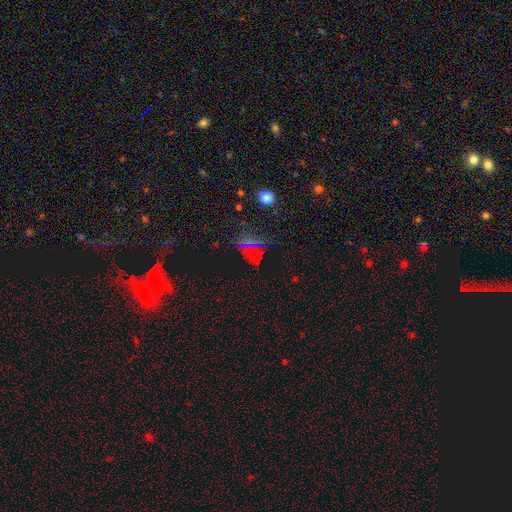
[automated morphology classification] The model was most divided on "smooth or featured" (2-way tie): star or artifact: 39%, smooth: 39%, featured or disk: 22%.